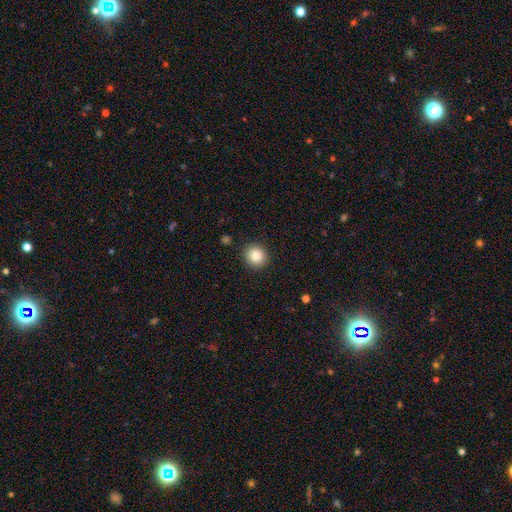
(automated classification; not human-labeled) Smooth or featured: smooth — 84% (star or artifact — 10%)
How rounded: round — 89% (in between — 10%)
Merging: none — 91% (minor disturbance — 6%)